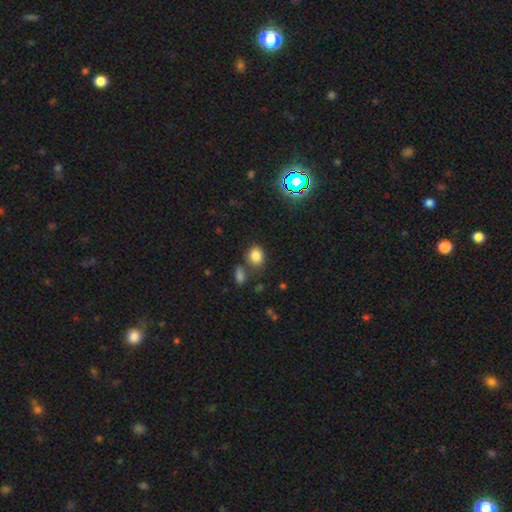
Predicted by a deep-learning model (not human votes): smooth 81%, star or artifact 13%, featured or disk 6%. Down the decision tree: how rounded — round (58%); merging — none (69%).